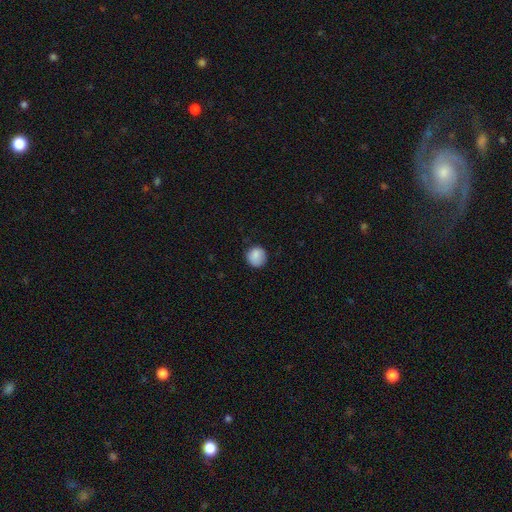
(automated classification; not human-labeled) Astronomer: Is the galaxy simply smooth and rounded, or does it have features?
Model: smooth — 87%.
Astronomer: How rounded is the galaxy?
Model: round — 92%.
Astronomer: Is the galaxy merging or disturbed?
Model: none — 83%.